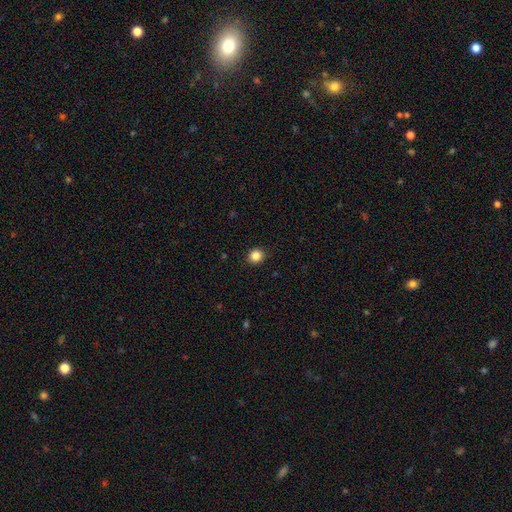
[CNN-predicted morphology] smooth_or_featured: smooth (p=0.85) [alt: star or artifact p=0.11]
how_rounded: round (p=0.92) [alt: in between p=0.07]
merging: none (p=0.92) [alt: minor disturbance p=0.05]